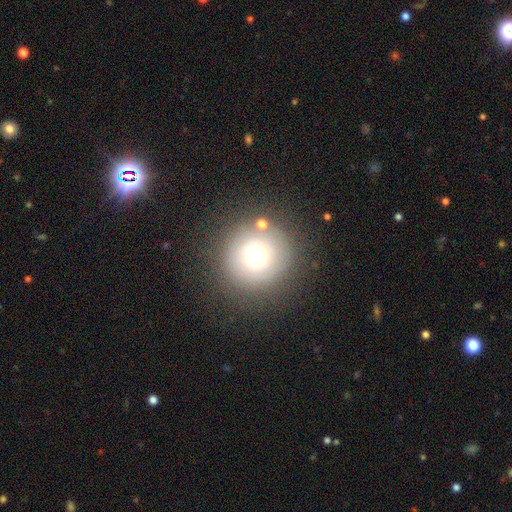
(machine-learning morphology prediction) A smooth galaxy with no disk features (69%) that is round (95%).

Vote fractions:
- Smooth or featured? smooth: 69% / featured or disk: 16% / star or artifact: 15%
- How rounded? round: 95% / in between: 4% / cigar-shaped: 1%
- Merging? none: 80% / minor disturbance: 10% / major disturbance: 5% / merger: 5%